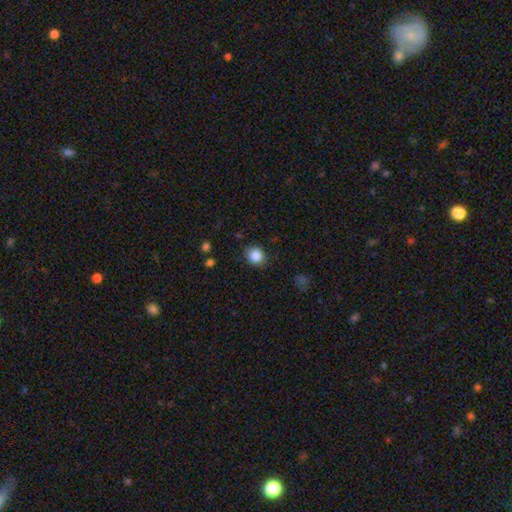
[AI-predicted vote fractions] Smooth or featured?
  - smooth: 86% *
  - star or artifact: 10%
  - featured or disk: 4%
How rounded?
  - round: 74% *
  - in between: 26%
  - cigar-shaped: 1%
Merging?
  - none: 86% *
  - minor disturbance: 10%
  - major disturbance: 3%
  - merger: 1%